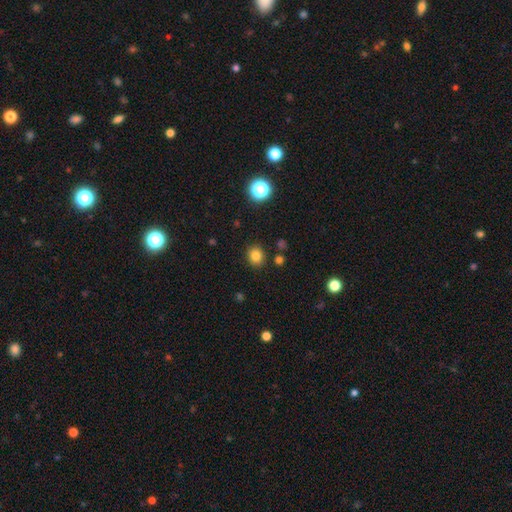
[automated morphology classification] Overall: smooth (82%). How rounded: round (74%). Merging: none (87%).